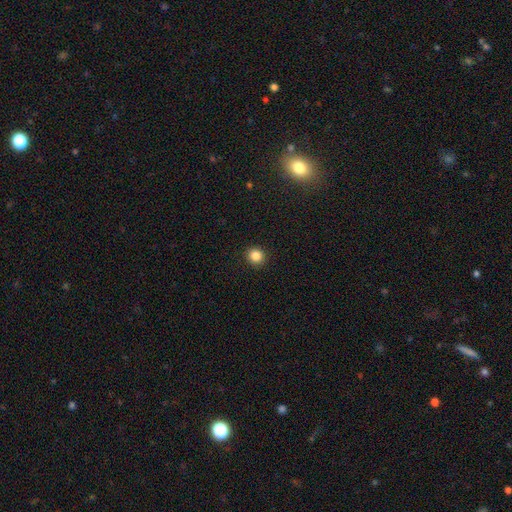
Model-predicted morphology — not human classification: Smooth or featured: smooth — 85% (star or artifact — 12%)
How rounded: round — 91% (in between — 8%)
Merging: none — 93% (minor disturbance — 5%)